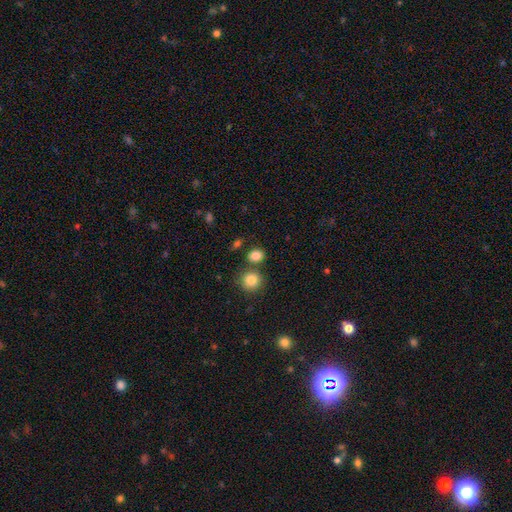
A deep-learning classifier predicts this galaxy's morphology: smooth-or-featured: smooth: 84% | star or artifact: 11% | featured or disk: 6%
  how-rounded: round: 55% | in between: 44% | cigar-shaped: 1%
  merging: none: 69% | merger: 18% | minor disturbance: 10% | major disturbance: 3%